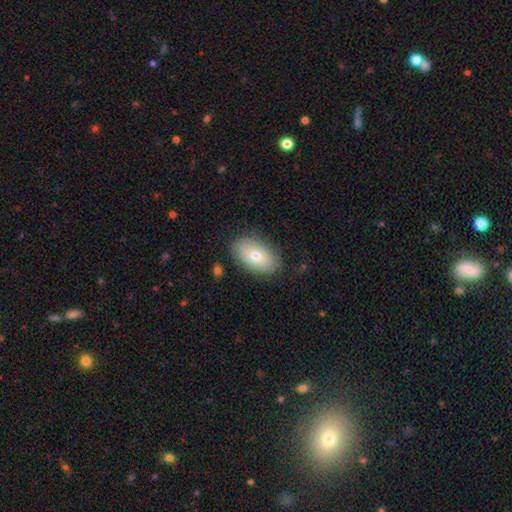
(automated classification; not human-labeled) Morphology: type=smooth (71%); roundness=in between (92%); merging=none (84%).